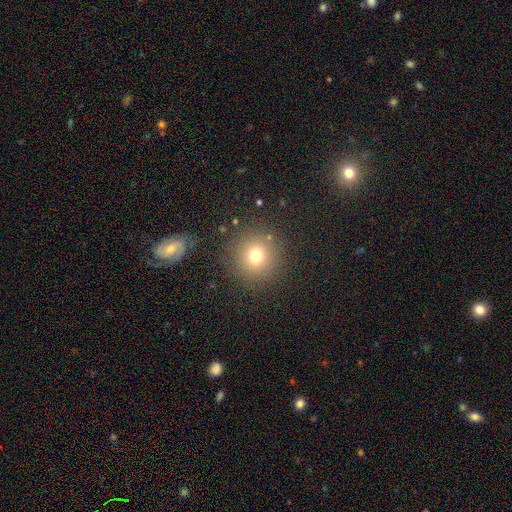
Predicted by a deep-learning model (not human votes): Overall: smooth (72%). How rounded: round (94%). Merging: none (87%).